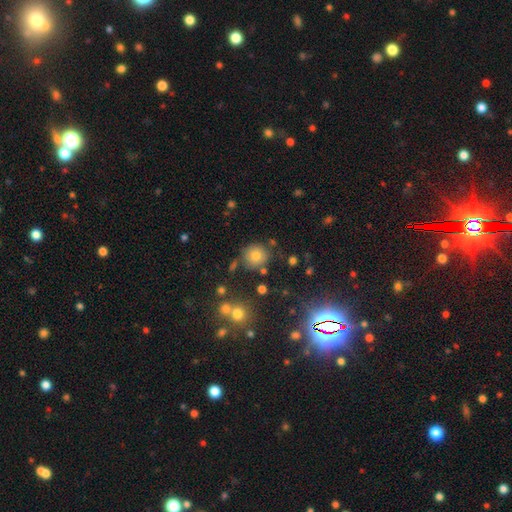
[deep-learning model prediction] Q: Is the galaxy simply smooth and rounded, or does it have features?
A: smooth — 76%.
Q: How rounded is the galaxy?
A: round — 92%.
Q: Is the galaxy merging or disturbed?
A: none — 81%.